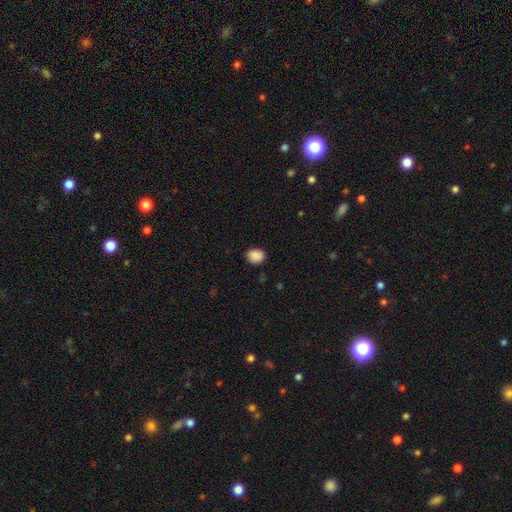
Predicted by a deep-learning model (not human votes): Q: Smooth or featured?
A: smooth (88%); runner-up: star or artifact (8%)
Q: How rounded?
A: round (55%); runner-up: in between (44%)
Q: Merging?
A: none (81%); runner-up: minor disturbance (15%)